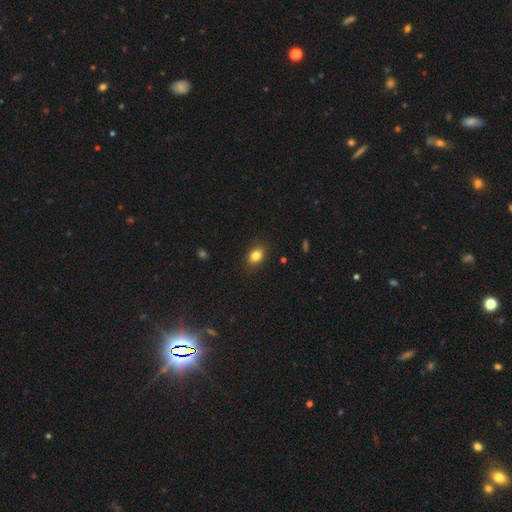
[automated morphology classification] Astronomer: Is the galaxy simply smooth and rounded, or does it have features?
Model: smooth — 83%.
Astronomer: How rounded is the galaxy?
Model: in between — 73%.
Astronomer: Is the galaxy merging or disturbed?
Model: none — 87%.